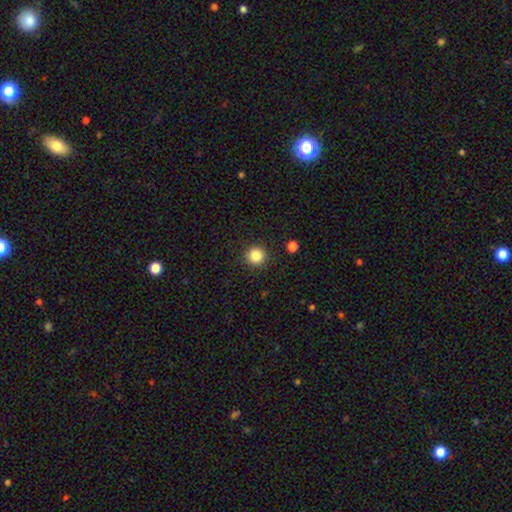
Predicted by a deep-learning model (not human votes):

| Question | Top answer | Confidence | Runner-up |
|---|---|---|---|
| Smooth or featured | smooth | 85% | star or artifact (11%) |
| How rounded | round | 95% | in between (5%) |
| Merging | none | 91% | minor disturbance (5%) |